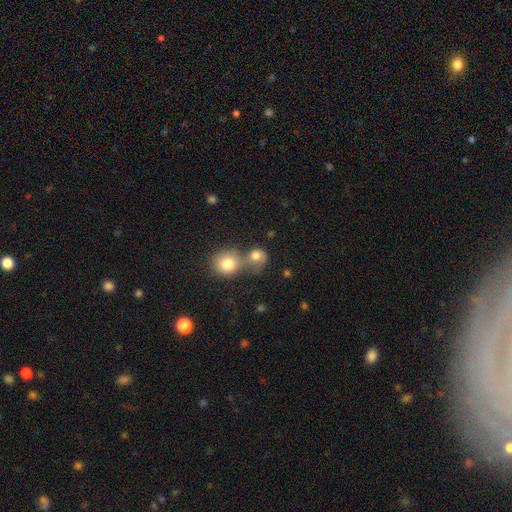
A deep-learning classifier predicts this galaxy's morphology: Smooth or featured?
  - smooth: 78% *
  - featured or disk: 12%
  - star or artifact: 10%
How rounded?
  - round: 79% *
  - in between: 20%
  - cigar-shaped: 1%
Merging?
  - merger: 61% *
  - none: 26%
  - minor disturbance: 8%
  - major disturbance: 5%